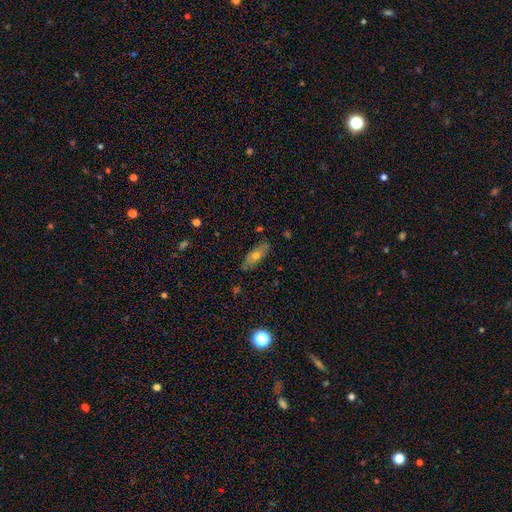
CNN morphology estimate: This is possibly a smooth galaxy (50%). Merging: clearly none (83%).